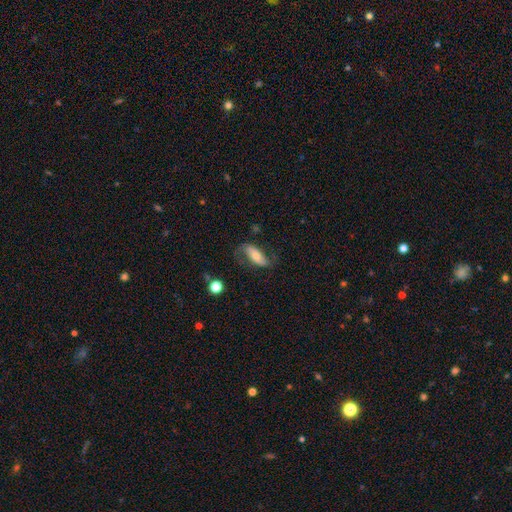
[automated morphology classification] smooth_or_featured: featured or disk (p=0.54) [alt: smooth p=0.38]
disk_edge_on: no (p=0.85) [alt: yes p=0.15]
merging: none (p=0.62) [alt: minor disturbance p=0.22]